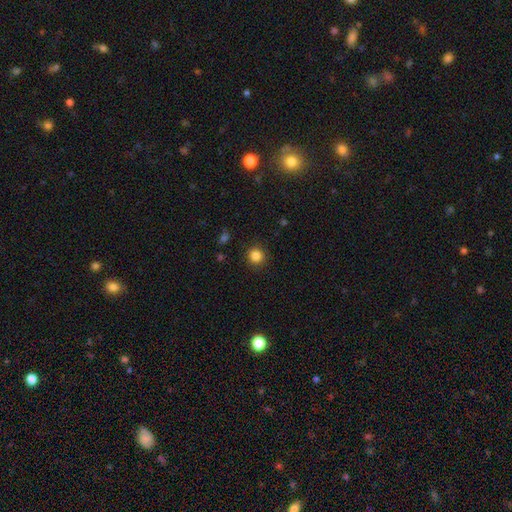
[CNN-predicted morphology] Smooth or featured?
  - smooth: 85% *
  - star or artifact: 12%
  - featured or disk: 4%
How rounded?
  - round: 93% *
  - in between: 6%
  - cigar-shaped: 1%
Merging?
  - none: 90% *
  - minor disturbance: 6%
  - major disturbance: 2%
  - merger: 1%